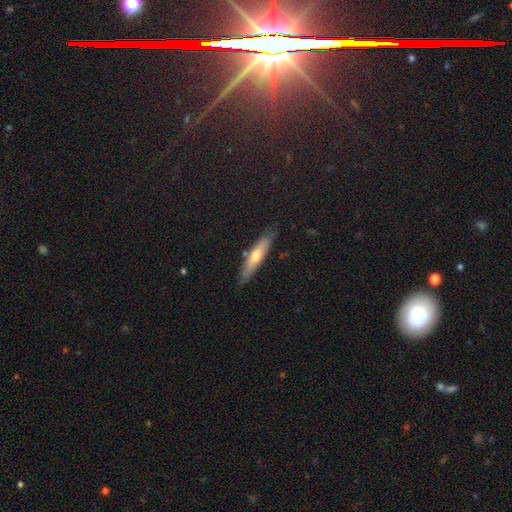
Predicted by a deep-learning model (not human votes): A smooth galaxy with no disk features (51%) that is cigar-shaped (82%).

Vote fractions:
- Smooth or featured? smooth: 51% / featured or disk: 41% / star or artifact: 8%
- How rounded? cigar-shaped: 82% / in between: 16% / round: 2%
- Merging? none: 84% / minor disturbance: 12% / major disturbance: 2% / merger: 2%